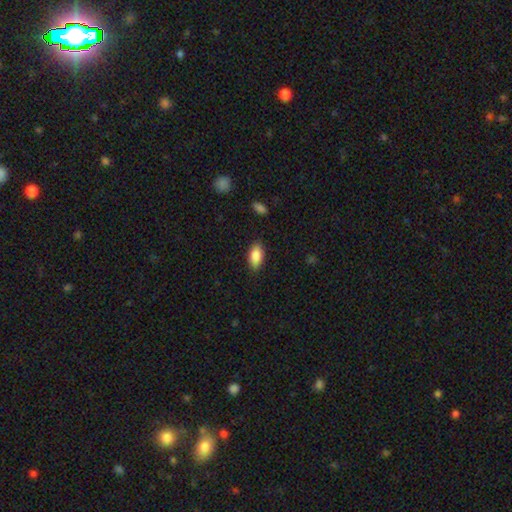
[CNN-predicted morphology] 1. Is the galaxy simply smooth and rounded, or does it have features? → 86% smooth, 7% star or artifact, 7% featured or disk.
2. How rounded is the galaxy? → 91% in between, 5% cigar-shaped, 4% round.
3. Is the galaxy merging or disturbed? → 85% none, 11% minor disturbance, 2% major disturbance, 1% merger.